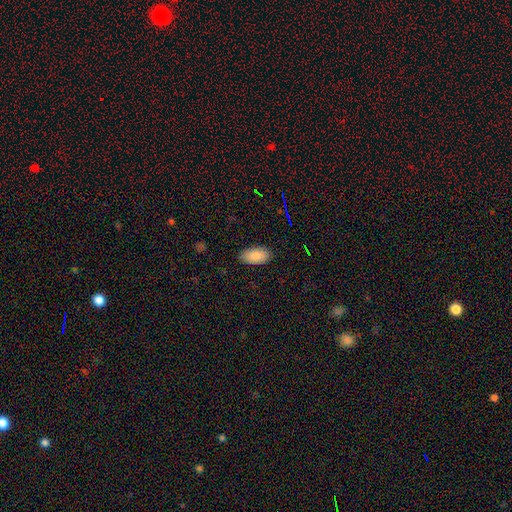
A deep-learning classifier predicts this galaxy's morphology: Smooth or featured: smooth — 86% (star or artifact — 7%)
How rounded: in between — 95% (round — 3%)
Merging: none — 87% (minor disturbance — 10%)